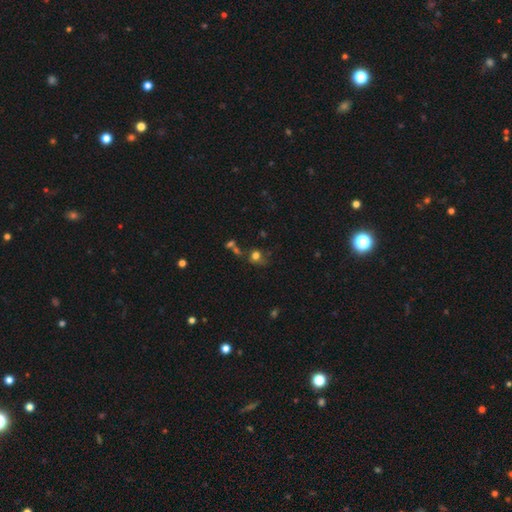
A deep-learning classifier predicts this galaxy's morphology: smooth_or_featured: smooth (p=0.70) [alt: star or artifact p=0.18]
how_rounded: round (p=0.75) [alt: in between p=0.24]
merging: none (p=0.51) [alt: minor disturbance p=0.20]